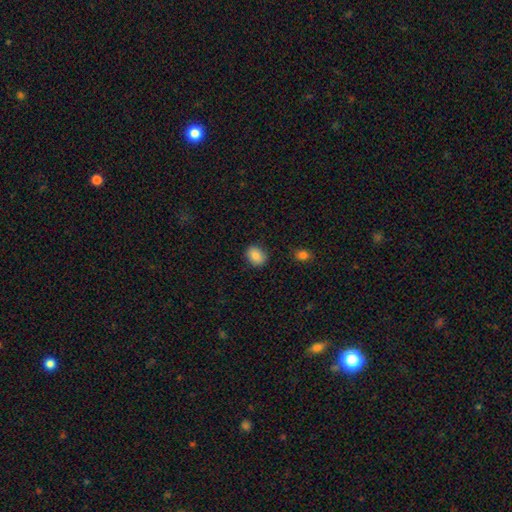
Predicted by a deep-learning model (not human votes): smooth 86%, star or artifact 8%, featured or disk 6%. Down the decision tree: how rounded — in between (61%); merging — none (87%).